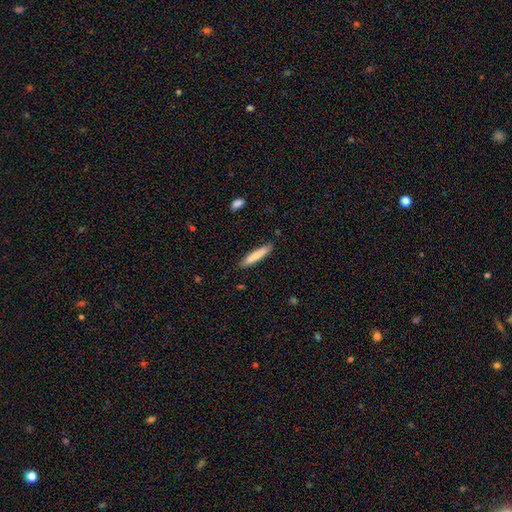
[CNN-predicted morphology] type=smooth (75%); roundness=cigar-shaped (90%); merging=none (87%).